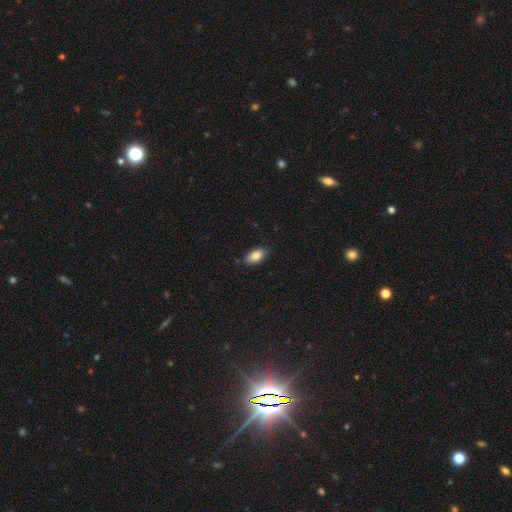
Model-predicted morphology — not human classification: A smooth galaxy with no disk features (84%) that is in between round and cigar-shaped (91%).

Vote fractions:
- Smooth or featured? smooth: 84% / featured or disk: 9% / star or artifact: 7%
- How rounded? in between: 91% / cigar-shaped: 6% / round: 4%
- Merging? none: 81% / minor disturbance: 15% / major disturbance: 2% / merger: 1%